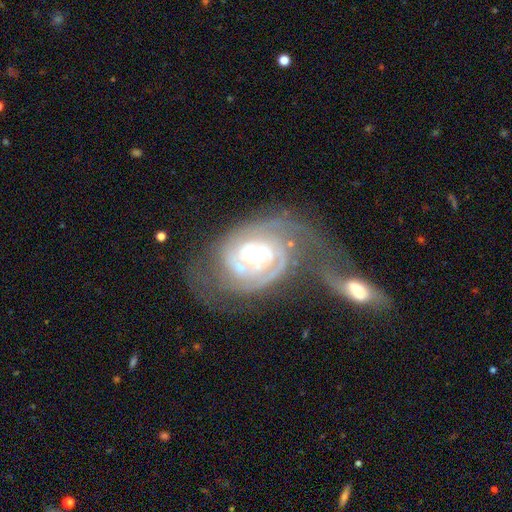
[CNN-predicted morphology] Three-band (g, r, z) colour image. It shows a featured or disk galaxy (86%) with no bar (67%), 2 (49%) tight (62%) spiral arms (92%) and a moderate central bulge (68%). Merging: none (33%).